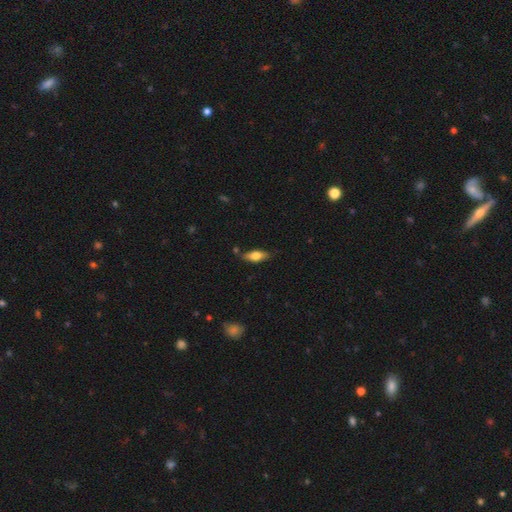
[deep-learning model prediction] Overall: smooth (69%). How rounded: in between (71%). Merging: none (79%).